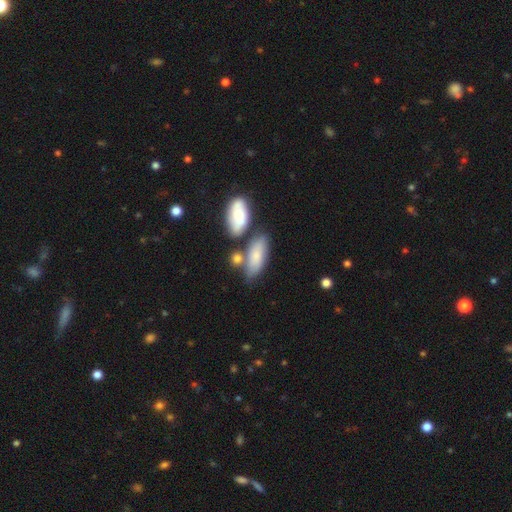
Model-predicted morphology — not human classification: This appears to be a smooth galaxy with no disk features (72%) that is in between round and cigar-shaped (81%). Merging: none (54%).